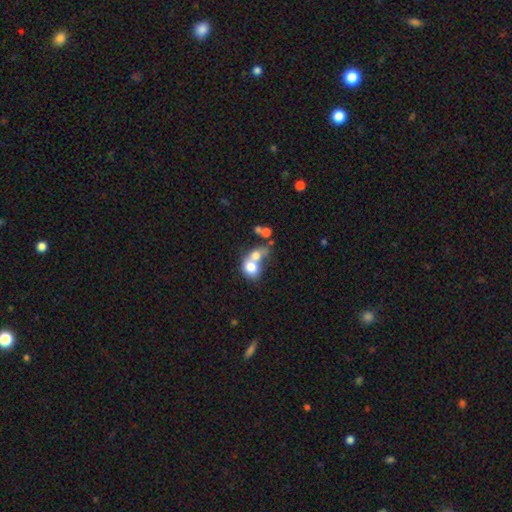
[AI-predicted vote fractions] A smooth galaxy with no disk features (70%) that is round (54%). Merging: merger (71%).